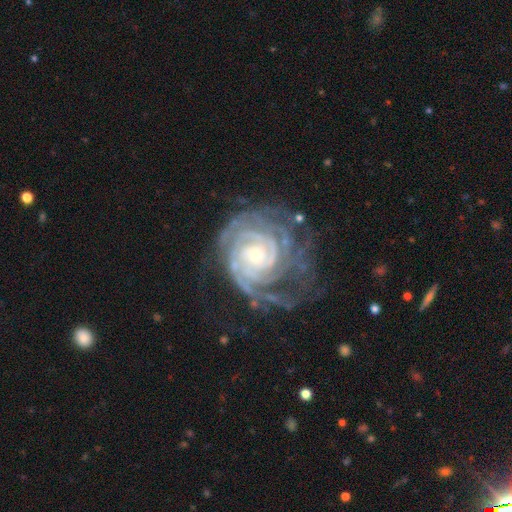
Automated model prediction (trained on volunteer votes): Morphology: type=featured or disk (90%); edge-on=no (97%); bar=no (74%); spiral arms=yes (98%); winding=tight (78%); arm count=can't tell (26%); bulge=small (75%); merging=none (58%).